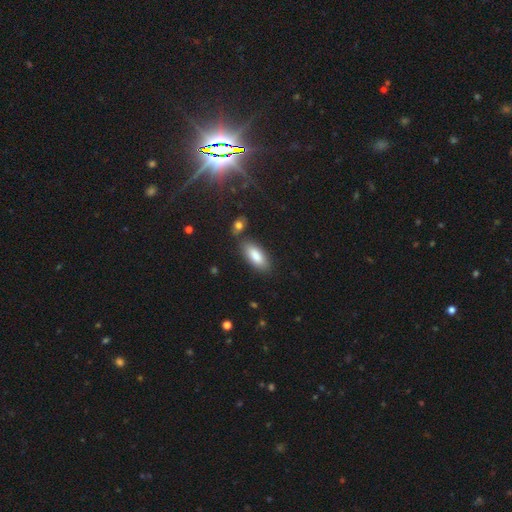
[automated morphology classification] A smooth galaxy with no disk features (85%) that is in between round and cigar-shaped (83%). Merging: none (80%).